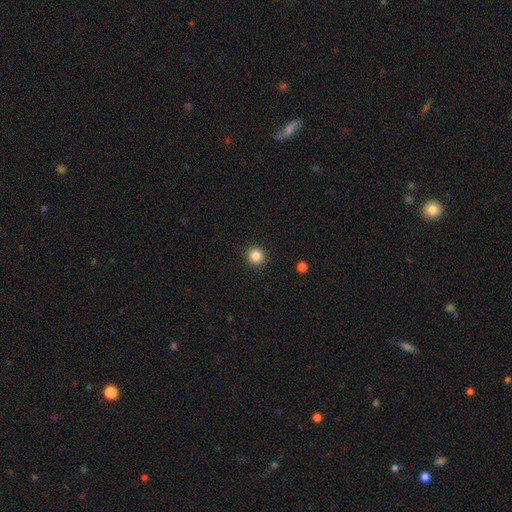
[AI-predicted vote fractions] Morphology: type=smooth (86%); roundness=round (92%); merging=none (91%).